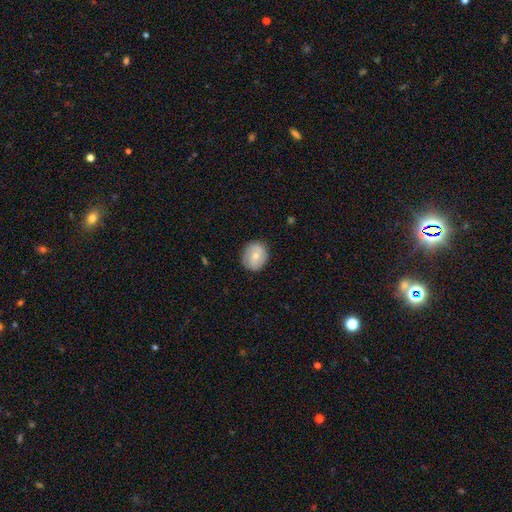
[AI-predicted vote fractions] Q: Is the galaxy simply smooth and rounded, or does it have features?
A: smooth — 62%.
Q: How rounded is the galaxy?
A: round — 67%.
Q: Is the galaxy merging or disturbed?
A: none — 82%.